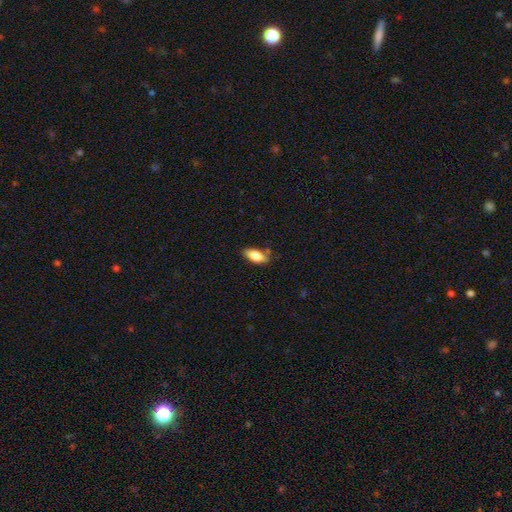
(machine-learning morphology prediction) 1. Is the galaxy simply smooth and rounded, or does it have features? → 82% smooth, 11% featured or disk, 7% star or artifact.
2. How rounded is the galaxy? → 83% in between, 15% cigar-shaped, 2% round.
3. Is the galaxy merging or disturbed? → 75% none, 17% minor disturbance, 4% merger, 3% major disturbance.